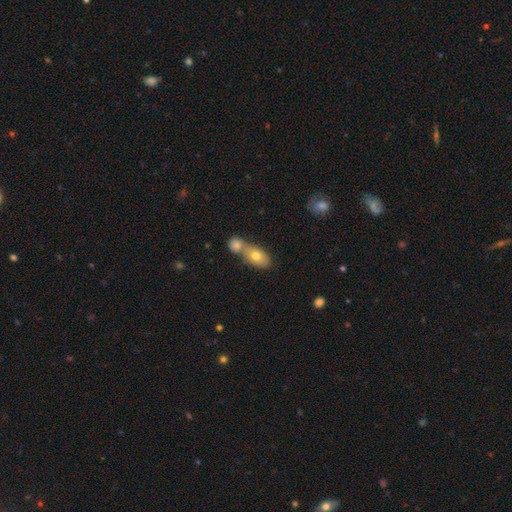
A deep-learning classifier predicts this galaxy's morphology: Smooth or featured: smooth — 68% (featured or disk — 22%)
How rounded: in between — 81% (round — 14%)
Merging: merger — 57% (none — 33%)